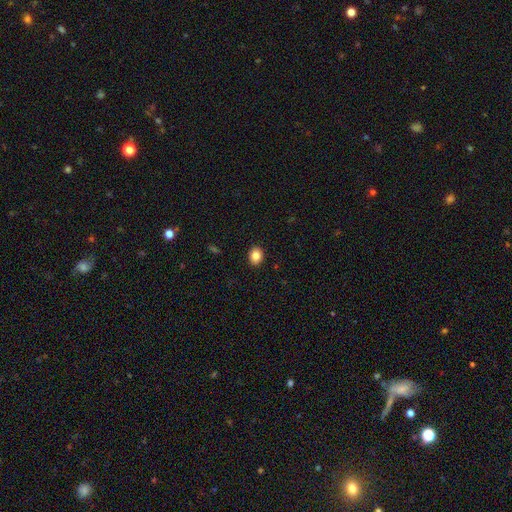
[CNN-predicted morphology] This appears to be a smooth galaxy with no disk features (85%) that is round (57%). Merging: none (92%).